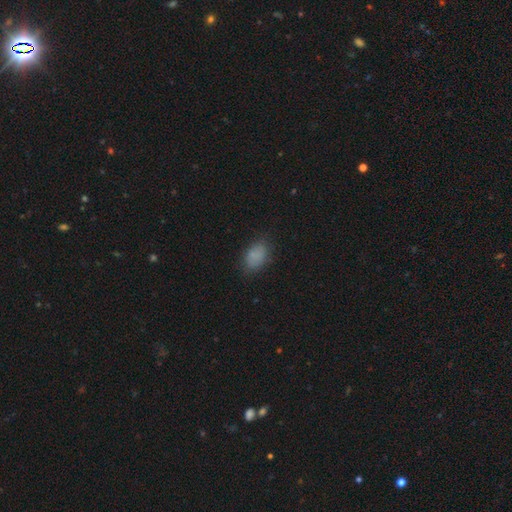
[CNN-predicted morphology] A smooth galaxy with no disk features (83%) that is in between round and cigar-shaped (84%).

Vote fractions:
- Smooth or featured? smooth: 83% / star or artifact: 10% / featured or disk: 7%
- How rounded? in between: 84% / round: 15% / cigar-shaped: 1%
- Merging? none: 77% / minor disturbance: 17% / major disturbance: 5% / merger: 1%